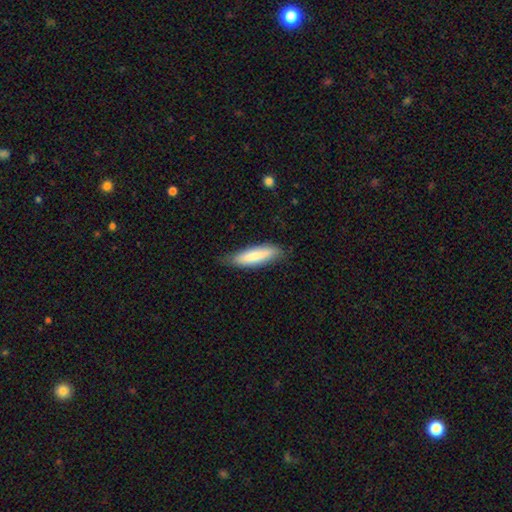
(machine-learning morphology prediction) A smooth galaxy with no disk features (79%) that is cigar-shaped (60%).

Vote fractions:
- Smooth or featured? smooth: 79% / featured or disk: 15% / star or artifact: 5%
- How rounded? cigar-shaped: 60% / in between: 38% / round: 2%
- Merging? none: 76% / minor disturbance: 20% / major disturbance: 4% / merger: 1%